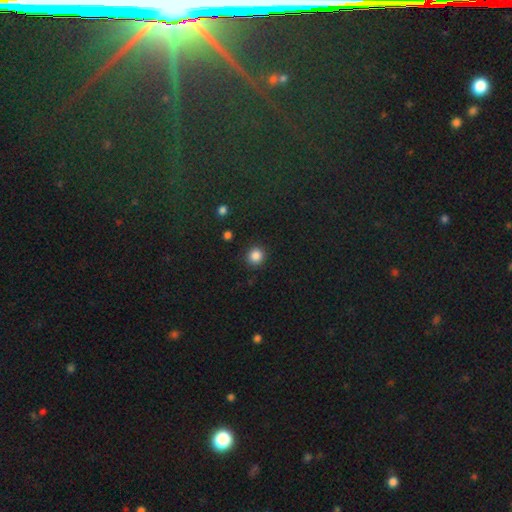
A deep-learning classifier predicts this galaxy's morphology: smooth 86%, star or artifact 11%, featured or disk 4%. Down the decision tree: how rounded — round (92%); merging — none (90%).